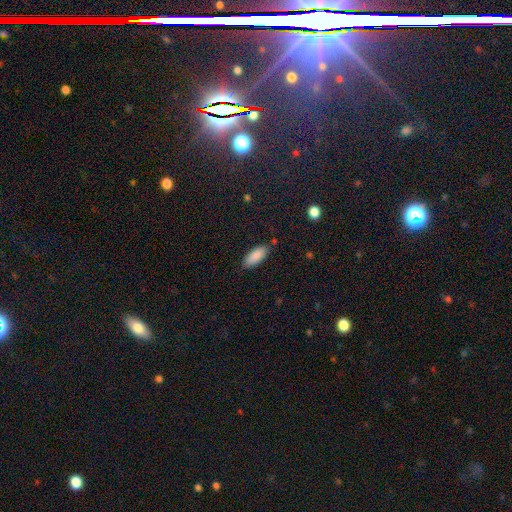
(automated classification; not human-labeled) Smooth or featured?
  - smooth: 89% *
  - star or artifact: 6%
  - featured or disk: 5%
How rounded?
  - in between: 83% *
  - cigar-shaped: 15%
  - round: 2%
Merging?
  - none: 83% *
  - minor disturbance: 13%
  - major disturbance: 3%
  - merger: 2%